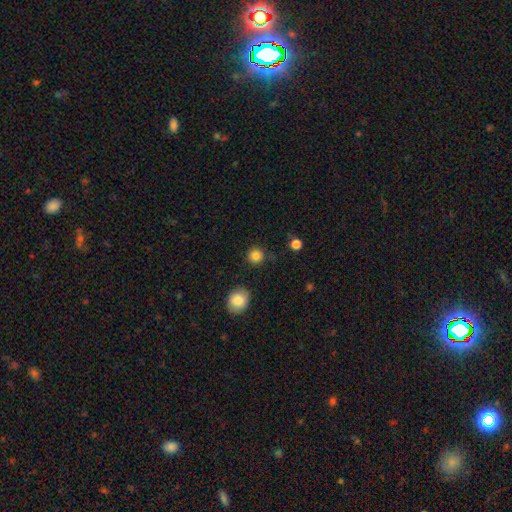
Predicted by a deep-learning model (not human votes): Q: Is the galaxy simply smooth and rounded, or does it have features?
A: smooth — 85%.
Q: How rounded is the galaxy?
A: round — 93%.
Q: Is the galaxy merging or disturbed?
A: none — 88%.